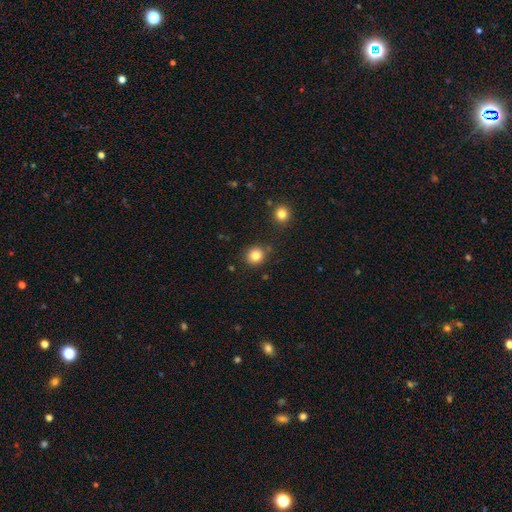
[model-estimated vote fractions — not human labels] A smooth galaxy with no disk features (83%) that is round (87%). Merging: none (84%).